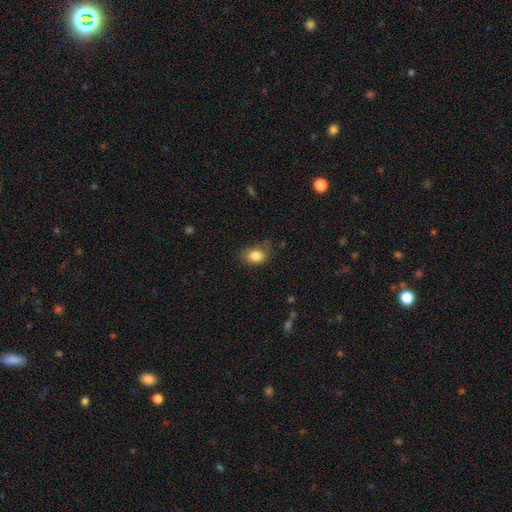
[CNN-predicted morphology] The model was most divided on "merging": none: 59%, minor disturbance: 28%, major disturbance: 11%, merger: 2%. More confident: smooth or featured — smooth (83%); how rounded — in between (69%).